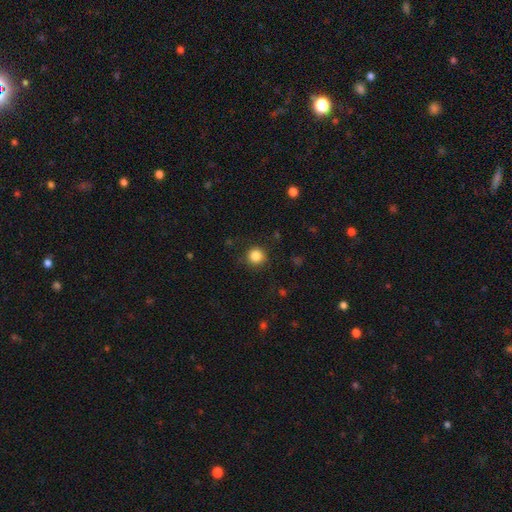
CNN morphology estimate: This is clearly a smooth galaxy (85%). How rounded: clearly round (93%). Merging: clearly none (87%).